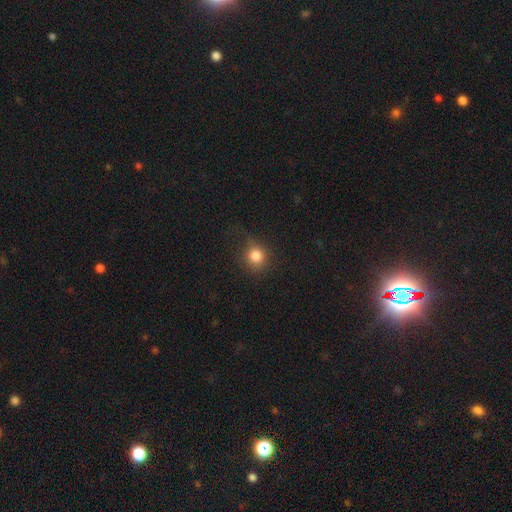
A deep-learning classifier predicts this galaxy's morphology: This is clearly a smooth galaxy (81%). How rounded: clearly round (88%). Merging: likely none (69%).